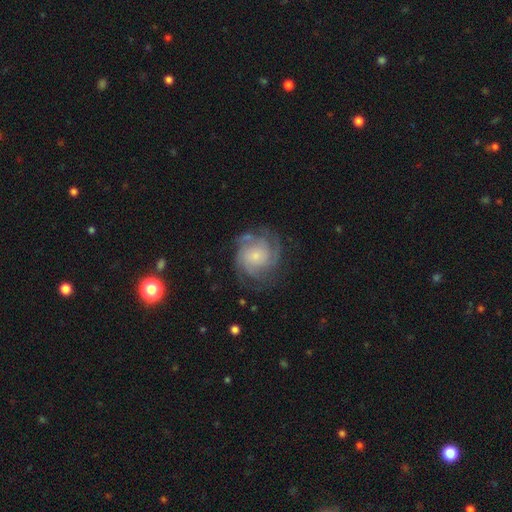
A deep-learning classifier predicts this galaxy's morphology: This appears to be a featured or disk galaxy (80%) with no bar (76%), 3 (26%) tight (57%) spiral arms (95%) and a small central bulge (62%). Merging: none (71%).